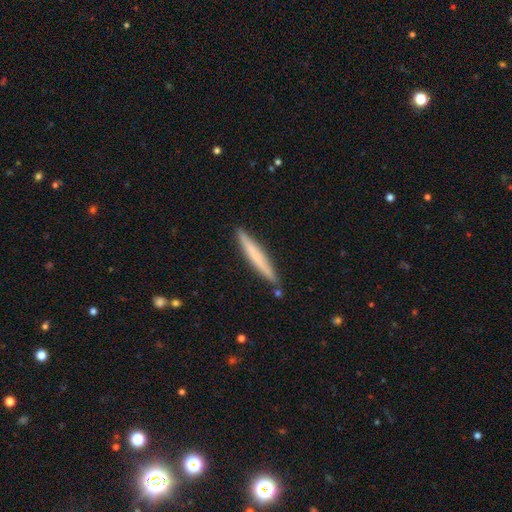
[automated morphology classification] smooth_or_featured: smooth (p=0.64) [alt: featured or disk p=0.30]
how_rounded: cigar-shaped (p=0.96) [alt: in between p=0.03]
merging: none (p=0.88) [alt: minor disturbance p=0.08]